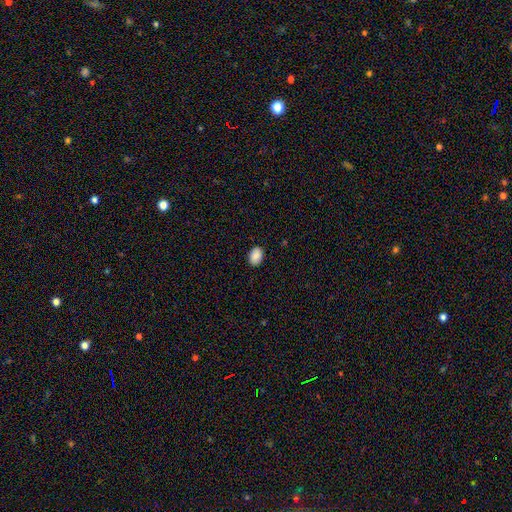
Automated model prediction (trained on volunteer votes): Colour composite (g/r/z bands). It shows a smooth galaxy with no disk features (88%) that is in between round and cigar-shaped (83%). Merging: none (88%).